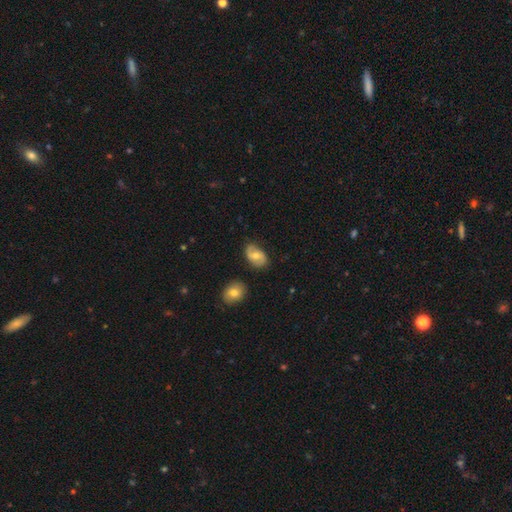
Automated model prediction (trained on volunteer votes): Smooth or featured: featured or disk — 47% (smooth — 46%)
Merging: none — 72% (minor disturbance — 20%)